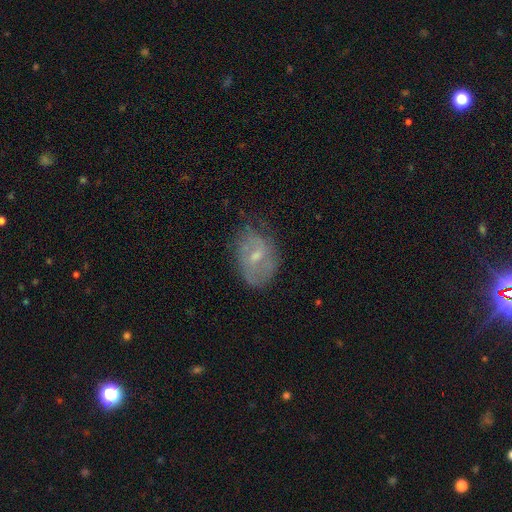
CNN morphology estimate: Overall: featured or disk (55%; smooth 36%). Edge-on disk: no (95%). Bar: weak (46%; no 45%). Spiral arms: yes (61%; no 39%). Bulge size: small (55%; moderate 39%). Merging: none (59%; minor disturbance 28%).